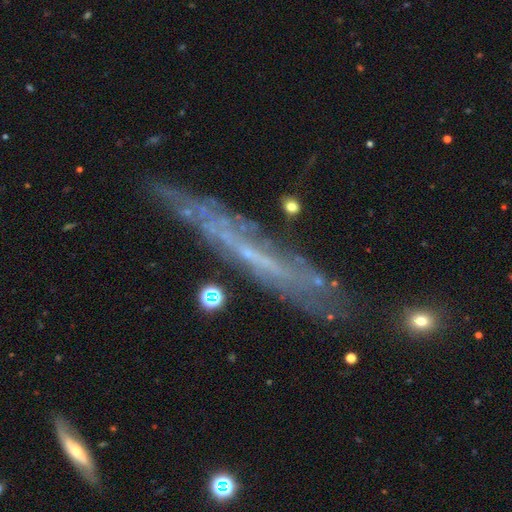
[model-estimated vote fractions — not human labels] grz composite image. It shows a featured or disk galaxy (72%) viewed edge-on (65%). Merging: none (71%).